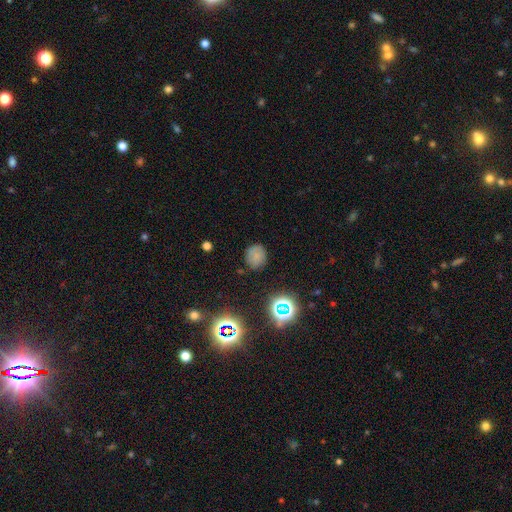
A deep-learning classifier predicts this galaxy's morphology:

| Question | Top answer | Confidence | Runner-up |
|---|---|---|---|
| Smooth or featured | smooth | 68% | star or artifact (20%) |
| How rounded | round | 75% | in between (24%) |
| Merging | none | 78% | minor disturbance (16%) |